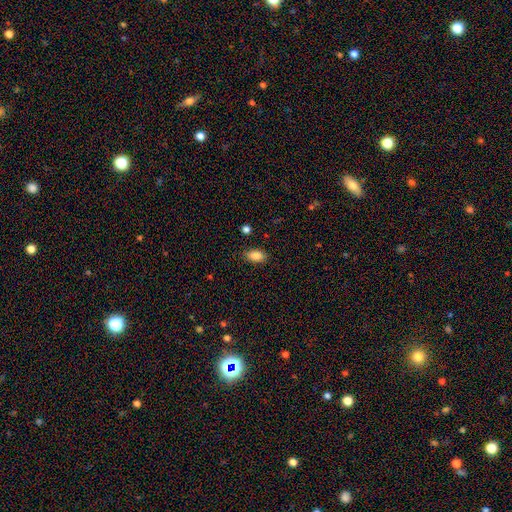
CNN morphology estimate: smooth-or-featured: smooth: 87% | star or artifact: 8% | featured or disk: 5%
  how-rounded: in between: 90% | round: 5% | cigar-shaped: 5%
  merging: none: 84% | minor disturbance: 12% | major disturbance: 3% | merger: 2%